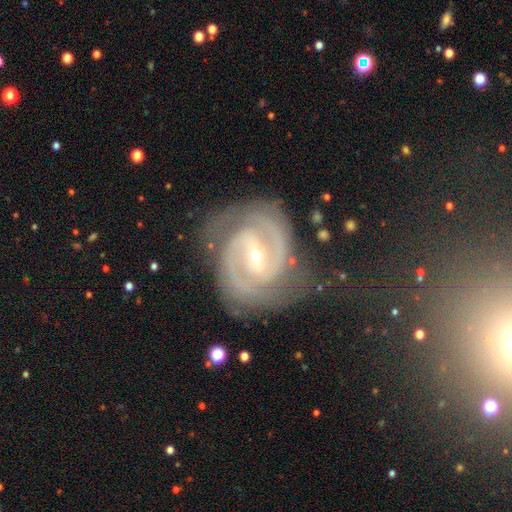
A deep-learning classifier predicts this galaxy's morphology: A featured or disk galaxy (92%) with a strong bar (46%), 2 (87%) tight (48%) spiral arms (98%) and a small central bulge (74%). Merging: none (73%).